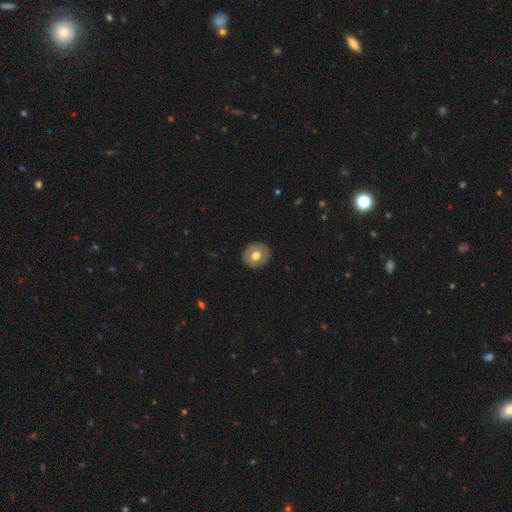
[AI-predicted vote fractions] Q: Smooth or featured?
A: smooth (61%); runner-up: featured or disk (32%)
Q: How rounded?
A: round (84%); runner-up: in between (15%)
Q: Merging?
A: none (89%); runner-up: minor disturbance (8%)